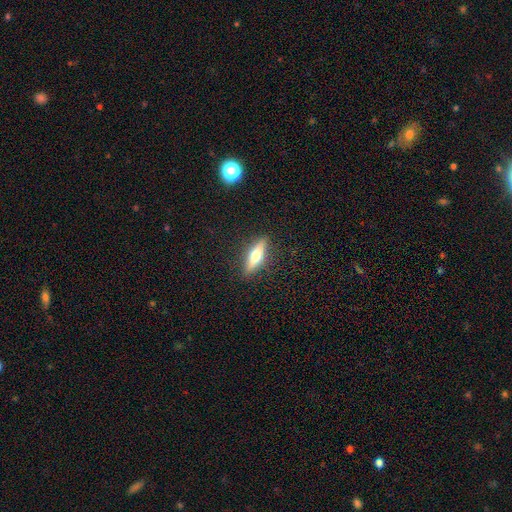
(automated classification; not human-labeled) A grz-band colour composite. It shows a smooth galaxy with no disk features (48%). Merging: none (88%).